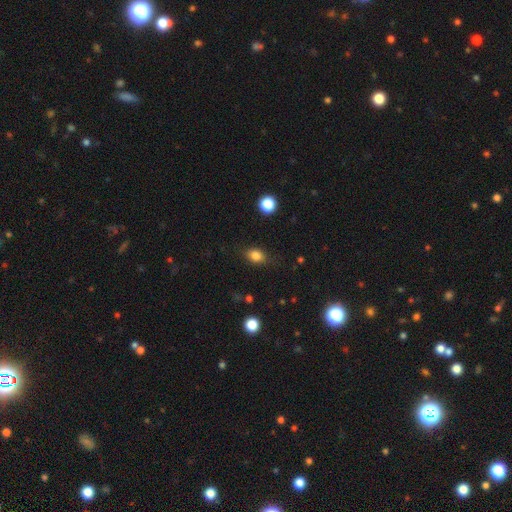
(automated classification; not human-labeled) smooth 82%, star or artifact 11%, featured or disk 7%. Down the decision tree: how rounded — in between (66%); merging — none (79%).